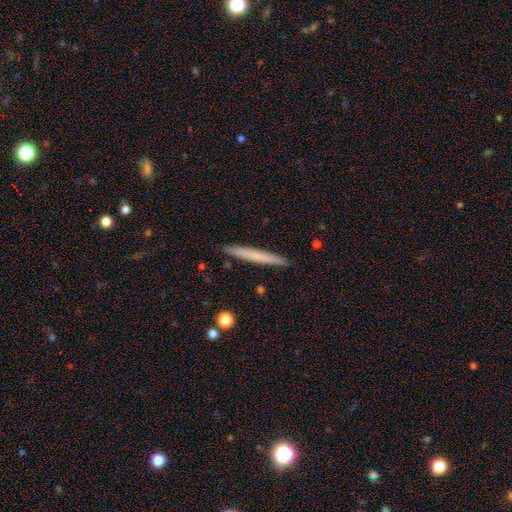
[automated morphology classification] Smooth or featured?
  - smooth: 62% *
  - featured or disk: 32%
  - star or artifact: 6%
How rounded?
  - cigar-shaped: 97% *
  - in between: 2%
  - round: 1%
Merging?
  - none: 91% *
  - minor disturbance: 6%
  - major disturbance: 1%
  - merger: 1%